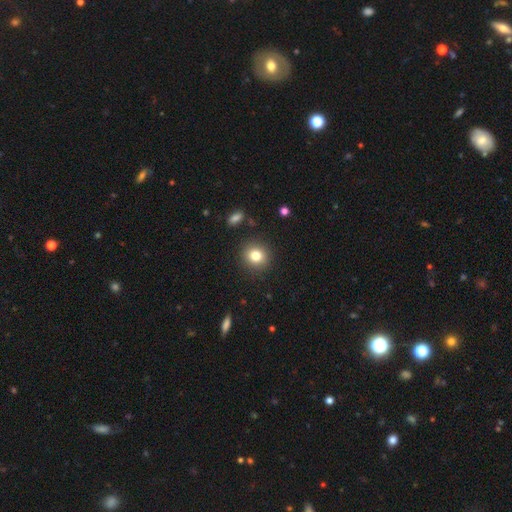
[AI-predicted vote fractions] A smooth galaxy with no disk features (81%) that is round (87%). Merging: none (90%).